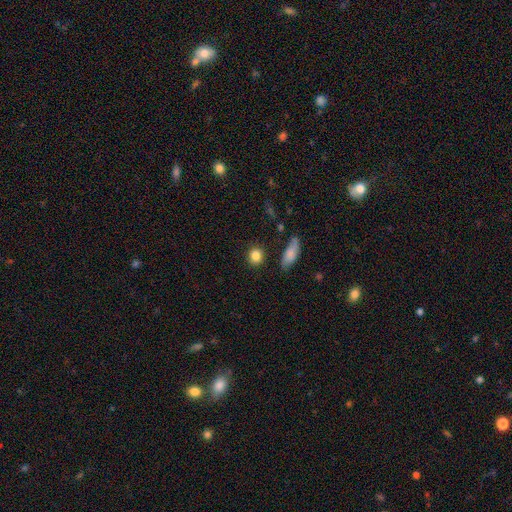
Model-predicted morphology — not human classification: A smooth galaxy with no disk features (86%) that is round (80%). Merging: none (86%).